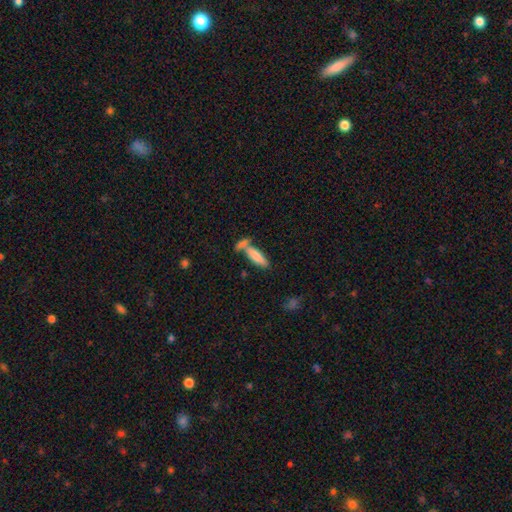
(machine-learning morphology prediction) Smooth or featured?
  - smooth: 78% *
  - featured or disk: 15%
  - star or artifact: 6%
How rounded?
  - cigar-shaped: 56% *
  - in between: 42%
  - round: 2%
Merging?
  - none: 48% *
  - merger: 37%
  - minor disturbance: 11%
  - major disturbance: 4%